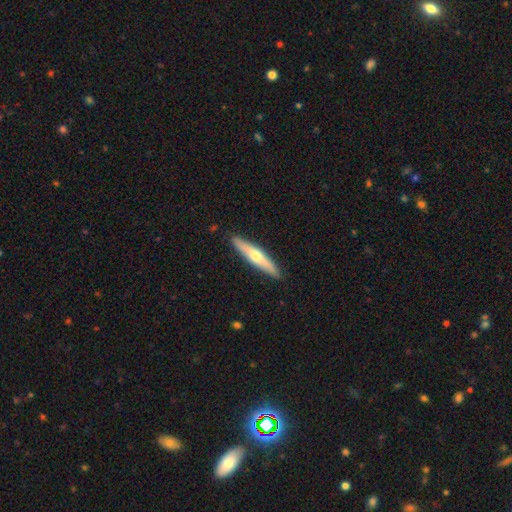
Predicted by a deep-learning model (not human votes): The model was most divided on "smooth or featured": featured or disk: 52%, smooth: 43%, star or artifact: 5%. More confident: edge-on disk — yes (91%); merging — none (90%).